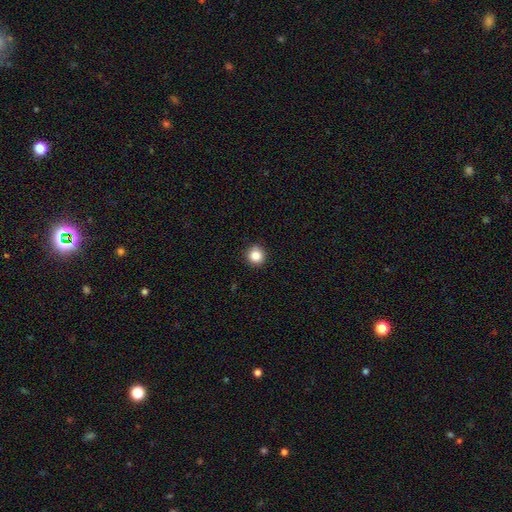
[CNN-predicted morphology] Smooth or featured? smooth (85%)
How rounded? round (94%)
Merging? none (90%)